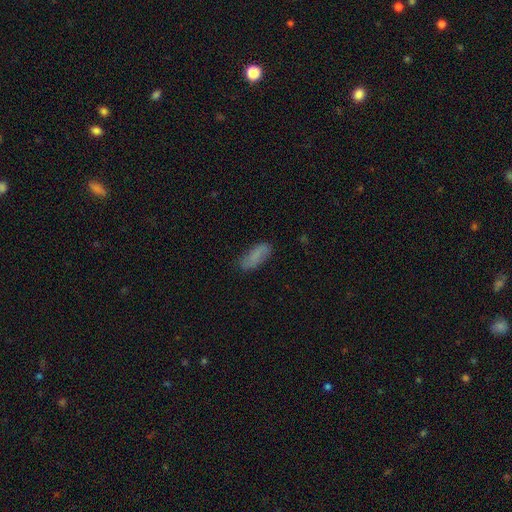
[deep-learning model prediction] This is likely a smooth galaxy (78%). How rounded: likely in between (75%). Merging: likely none (76%).